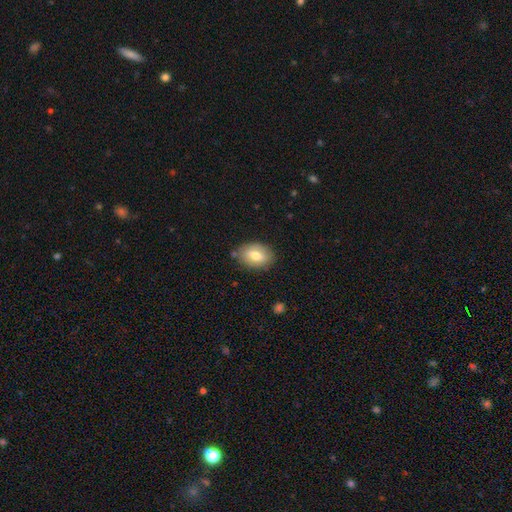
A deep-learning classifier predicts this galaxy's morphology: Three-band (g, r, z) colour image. It shows a smooth galaxy with no disk features (73%) that is in between round and cigar-shaped (82%). Merging: none (82%).